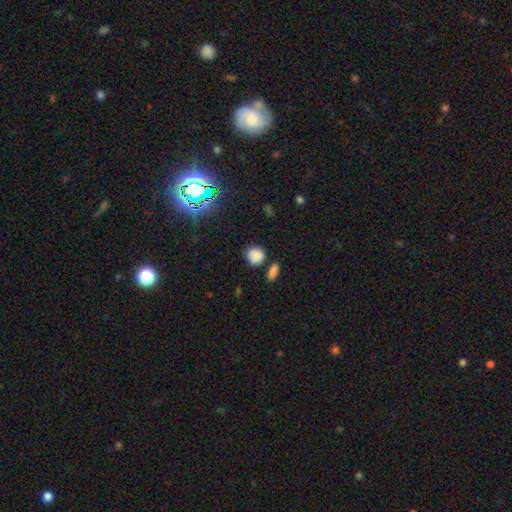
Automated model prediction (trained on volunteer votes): Smooth or featured? smooth (83%)
How rounded? round (82%)
Merging? none (76%)